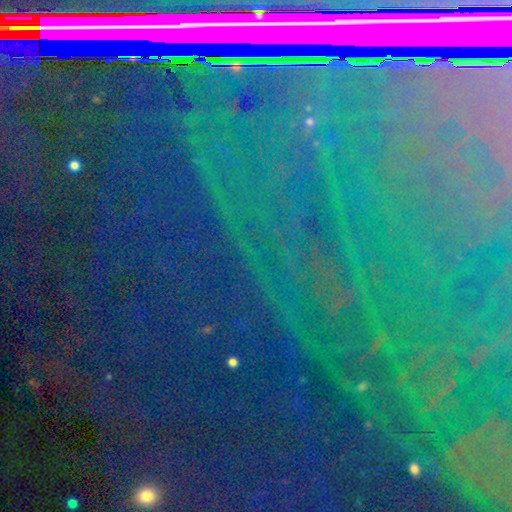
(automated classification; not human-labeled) smooth-or-featured: star or artifact: 86% | featured or disk: 7% | smooth: 7%